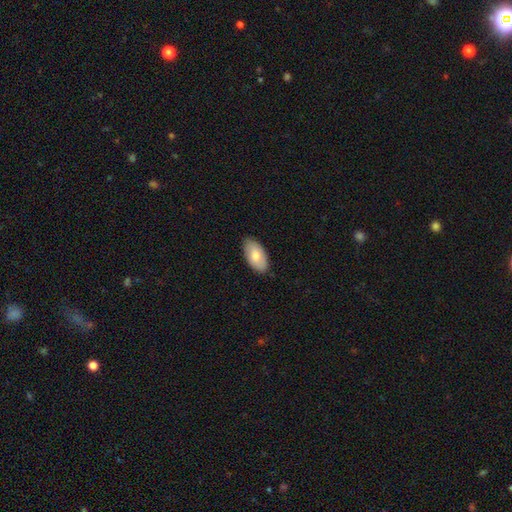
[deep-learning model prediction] Smooth or featured?
  - smooth: 74% *
  - featured or disk: 20%
  - star or artifact: 6%
How rounded?
  - in between: 95% *
  - round: 3%
  - cigar-shaped: 2%
Merging?
  - none: 83% *
  - minor disturbance: 14%
  - major disturbance: 2%
  - merger: 1%